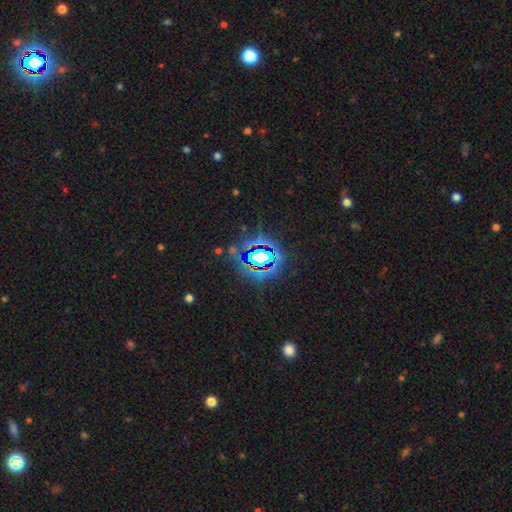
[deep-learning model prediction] A star or artifact, not a galaxy (77%).

Vote fractions:
- Smooth or featured? star or artifact: 77% / smooth: 14% / featured or disk: 9%